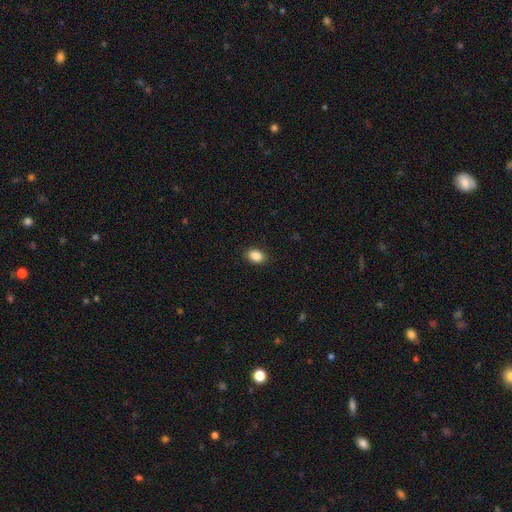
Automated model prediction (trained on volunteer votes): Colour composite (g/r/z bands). It shows a smooth galaxy with no disk features (88%) that is in between round and cigar-shaped (72%). Merging: none (89%).